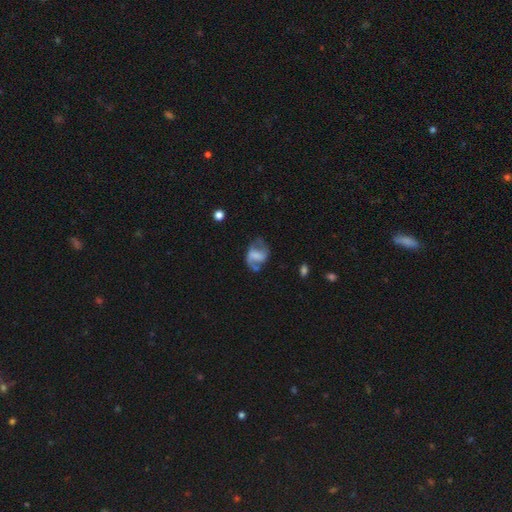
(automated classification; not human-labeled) This is likely a featured or disk galaxy (66%). It is clearly not viewed edge-on (97%). Bar: marginally weak (41%). Spiral arm pattern: clearly yes (81%). Spiral arm count: likely 2 (76%). Spiral winding: marginally medium (43%). Central bulge: marginally none (44%). Merging: possibly none (50%).